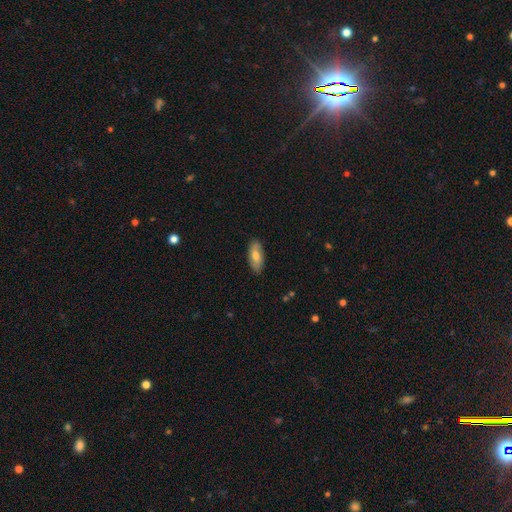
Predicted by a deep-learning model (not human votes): smooth_or_featured: smooth (p=0.67) [alt: featured or disk p=0.27]
how_rounded: in between (p=0.82) [alt: cigar-shaped p=0.15]
merging: none (p=0.85) [alt: minor disturbance p=0.12]